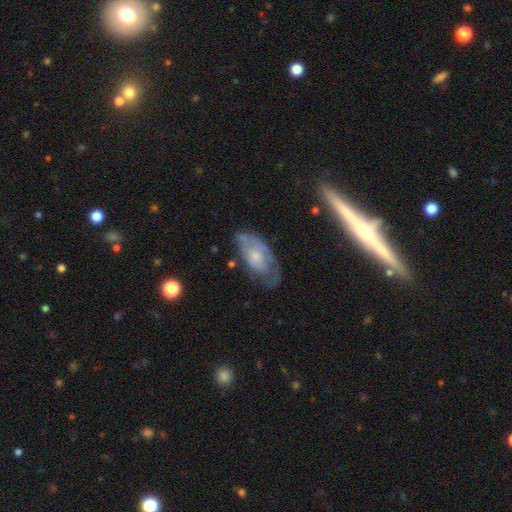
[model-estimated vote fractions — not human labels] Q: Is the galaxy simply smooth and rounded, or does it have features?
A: featured or disk — 58%.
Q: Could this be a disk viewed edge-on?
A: no — 90%.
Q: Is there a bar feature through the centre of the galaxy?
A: no — 81%.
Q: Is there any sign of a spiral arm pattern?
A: yes — 55%.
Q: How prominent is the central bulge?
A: small — 57%.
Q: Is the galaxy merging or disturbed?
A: none — 50%.